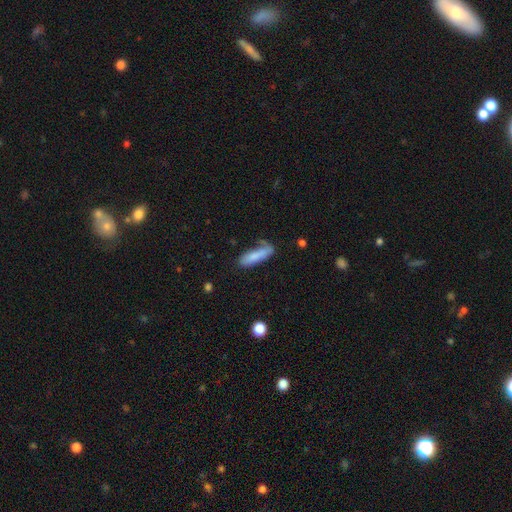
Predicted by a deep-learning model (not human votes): Morphology: type=smooth (78%); roundness=cigar-shaped (64%); merging=none (55%).